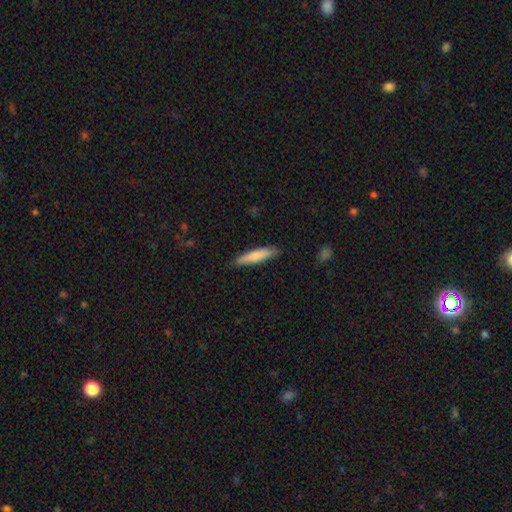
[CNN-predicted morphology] Smooth or featured? smooth (78%)
How rounded? cigar-shaped (83%)
Merging? none (86%)